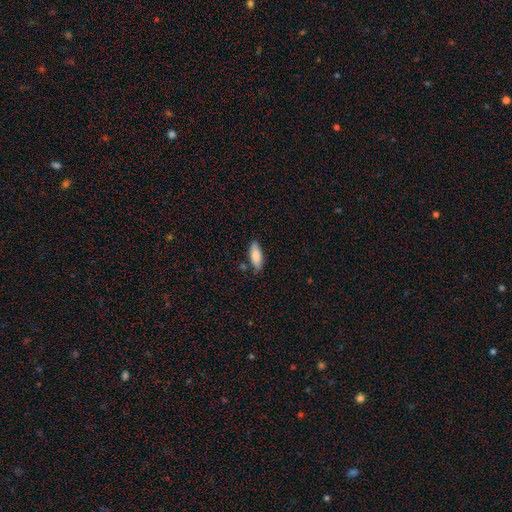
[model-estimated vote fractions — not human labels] Morphology: type=smooth (84%); roundness=in between (73%); merging=none (77%).